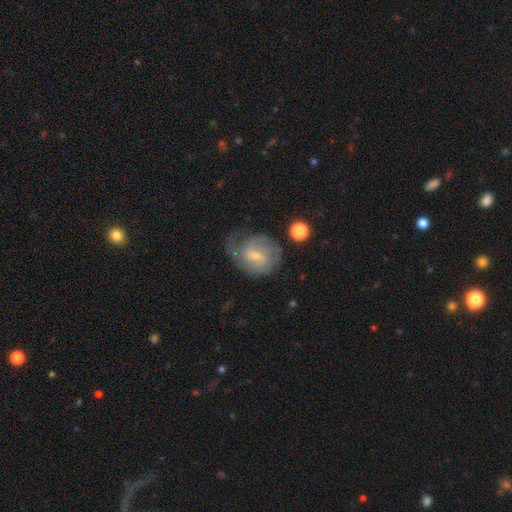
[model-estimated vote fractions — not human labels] featured or disk 62%, smooth 30%, star or artifact 7%. Down the decision tree: edge-on disk — no (97%); bar — weak (56%); spiral arms — yes (84%); spiral arm count — 2 (37%); spiral winding — tight (41%); bulge size — small (65%); merging — none (45%).